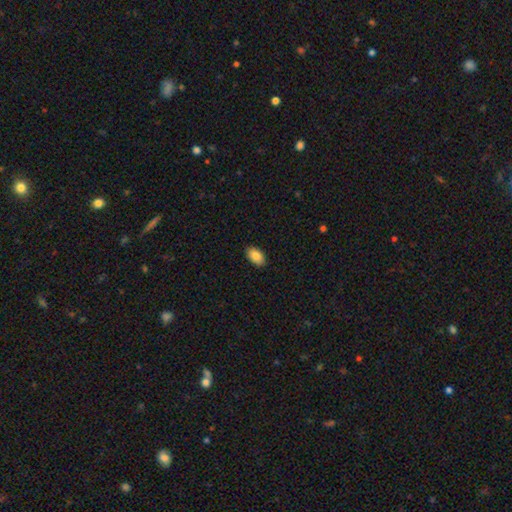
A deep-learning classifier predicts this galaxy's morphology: smooth_or_featured: smooth (p=0.86) [alt: star or artifact p=0.07]
how_rounded: in between (p=0.94) [alt: round p=0.05]
merging: none (p=0.90) [alt: minor disturbance p=0.08]